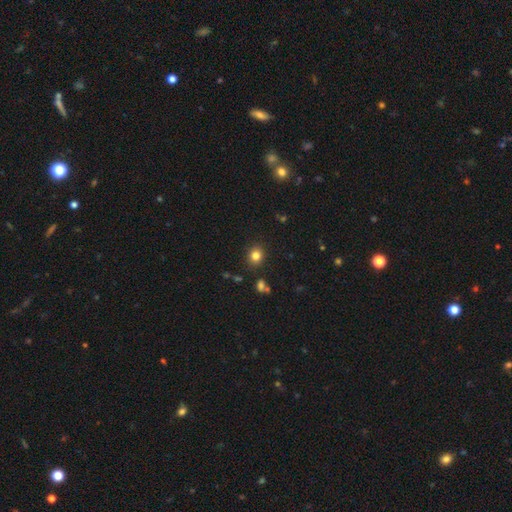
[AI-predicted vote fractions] Smooth or featured?
  - smooth: 81% *
  - star or artifact: 13%
  - featured or disk: 6%
How rounded?
  - round: 73% *
  - in between: 26%
  - cigar-shaped: 1%
Merging?
  - none: 87% *
  - minor disturbance: 8%
  - merger: 2%
  - major disturbance: 2%